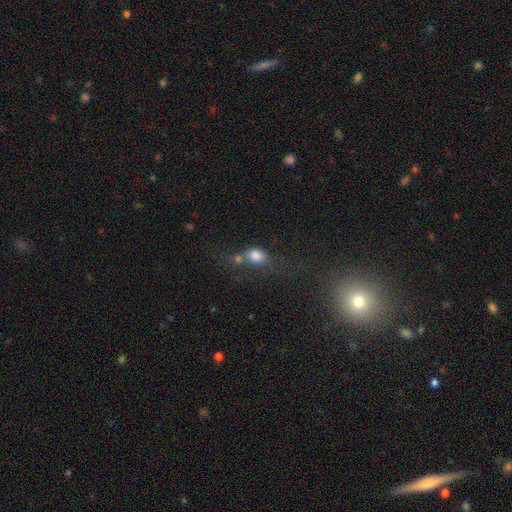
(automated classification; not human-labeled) Smooth or featured: smooth — 76% (star or artifact — 14%)
How rounded: in between — 56% (round — 41%)
Merging: merger — 38% (none — 32%)